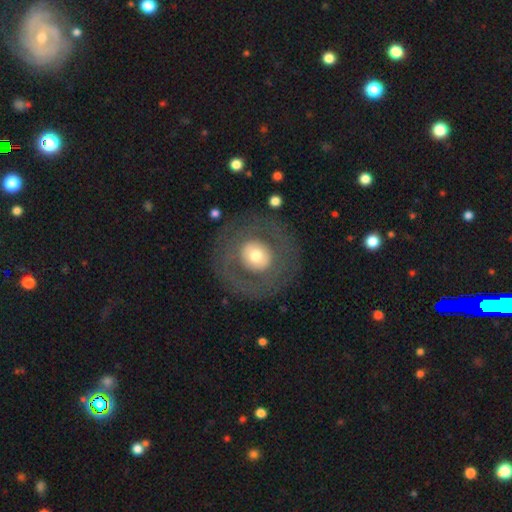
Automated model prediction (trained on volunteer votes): Smooth or featured: featured or disk — 47% (smooth — 46%)
Merging: none — 80% (minor disturbance — 10%)